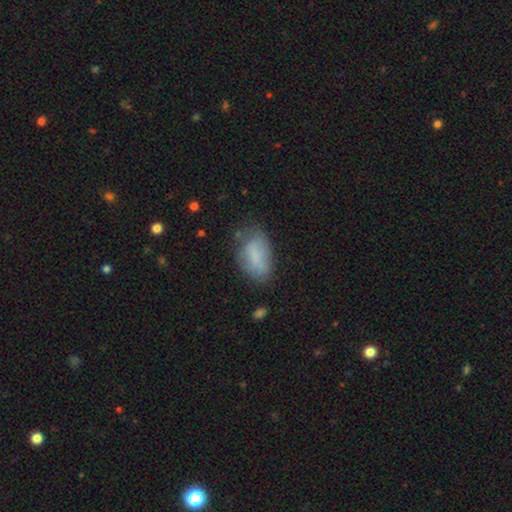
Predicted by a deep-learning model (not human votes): This appears to be a smooth galaxy with no disk features (72%) that is in between round and cigar-shaped (92%). Merging: none (54%).